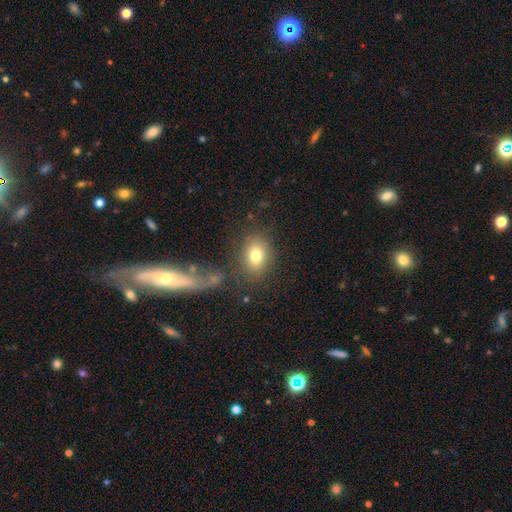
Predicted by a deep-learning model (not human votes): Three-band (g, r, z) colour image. It shows a smooth galaxy with no disk features (77%) that is in between round and cigar-shaped (62%). Merging: none (74%).